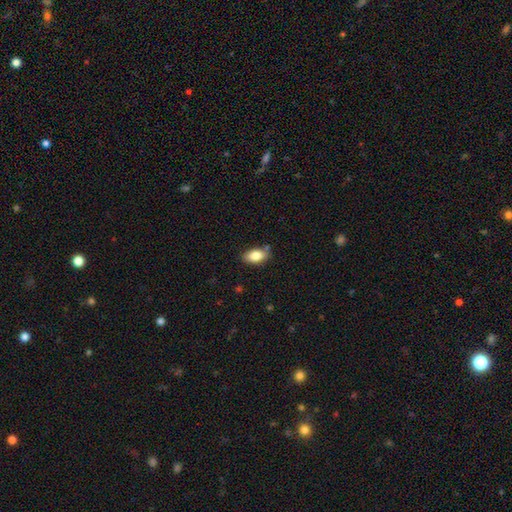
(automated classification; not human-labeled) smooth-or-featured: smooth: 84% | featured or disk: 8% | star or artifact: 8%
  how-rounded: in between: 90% | round: 6% | cigar-shaped: 4%
  merging: none: 79% | minor disturbance: 14% | merger: 4% | major disturbance: 3%